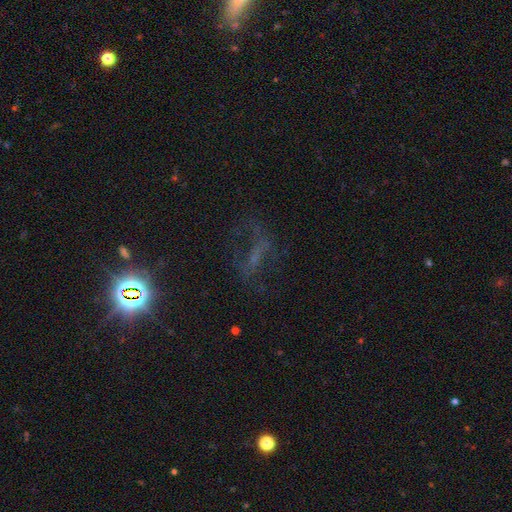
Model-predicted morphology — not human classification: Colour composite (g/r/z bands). It shows a featured or disk galaxy (41%). Merging: none (53%).